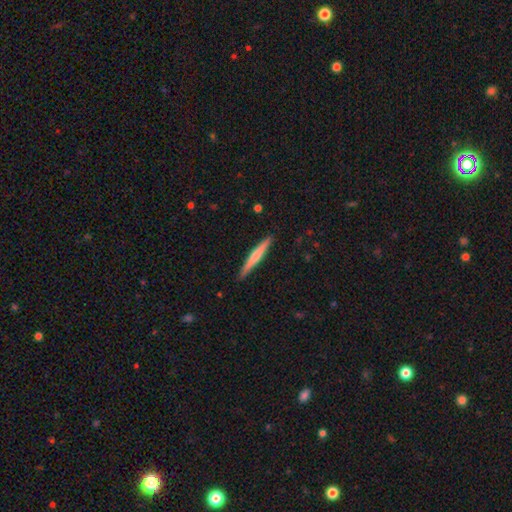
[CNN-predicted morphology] This appears to be a smooth galaxy with no disk features (54%) that is cigar-shaped (96%). Merging: none (90%).